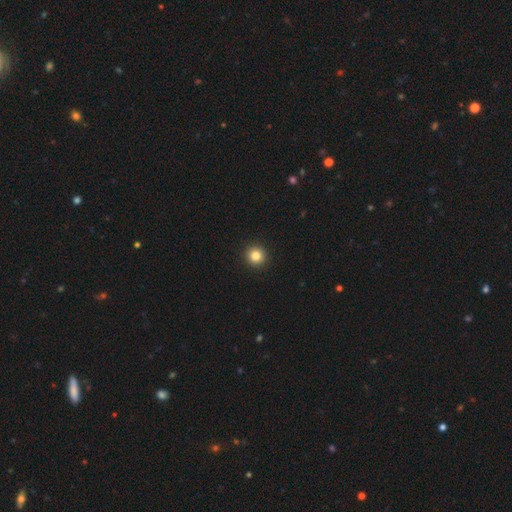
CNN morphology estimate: Smooth or featured? smooth (83%)
How rounded? round (95%)
Merging? none (94%)